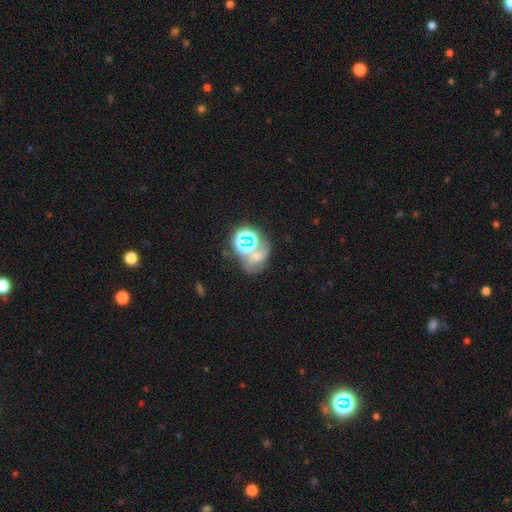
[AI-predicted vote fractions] Morphology: type=star or artifact (48%).